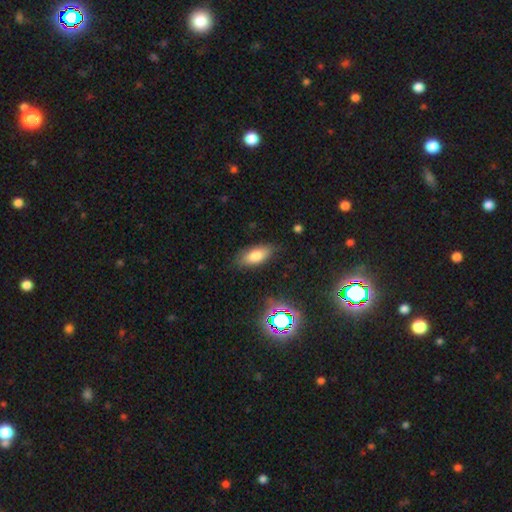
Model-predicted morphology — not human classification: smooth_or_featured: smooth (p=0.76) [alt: featured or disk p=0.14]
how_rounded: in between (p=0.82) [alt: cigar-shaped p=0.15]
merging: none (p=0.81) [alt: minor disturbance p=0.14]